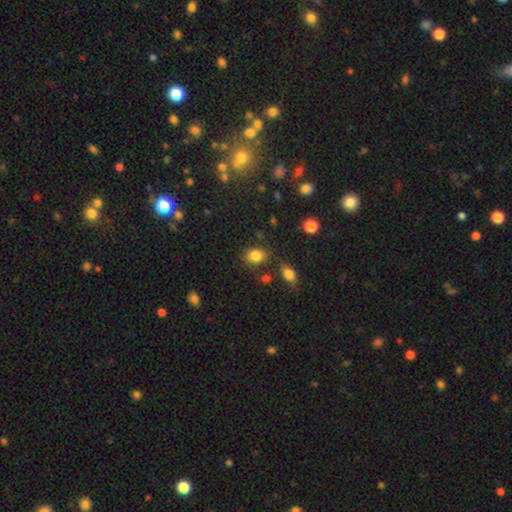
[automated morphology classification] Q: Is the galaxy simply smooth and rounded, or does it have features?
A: smooth — 83%.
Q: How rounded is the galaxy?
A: in between — 61%.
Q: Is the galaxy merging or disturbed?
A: none — 76%.